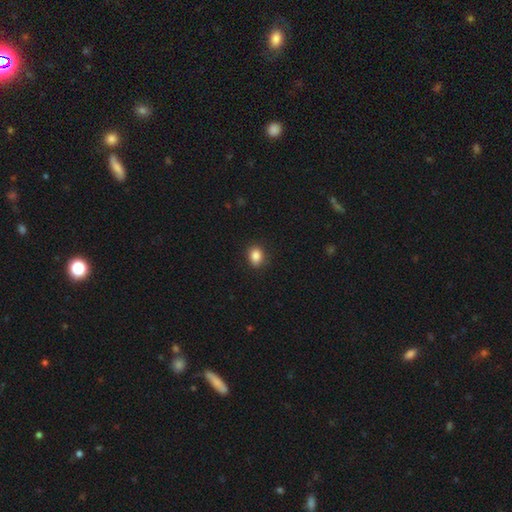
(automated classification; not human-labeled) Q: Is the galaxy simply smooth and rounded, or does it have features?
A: smooth — 86%.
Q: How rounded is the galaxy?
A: in between — 59%.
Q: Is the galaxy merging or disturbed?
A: none — 88%.